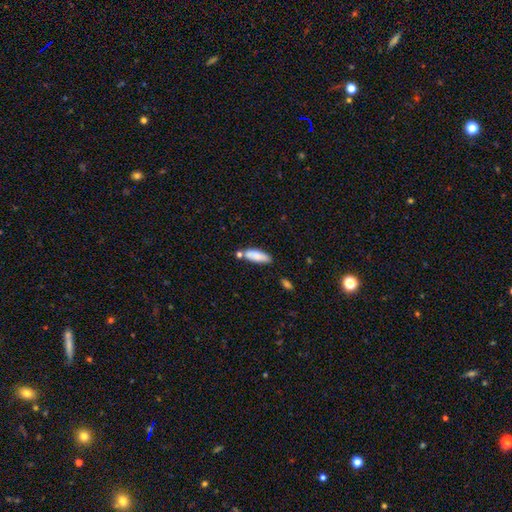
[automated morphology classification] Smooth or featured? Predicted: smooth (p=0.83). How rounded? Predicted: in between (p=0.64). Merging? Predicted: none (p=0.61).